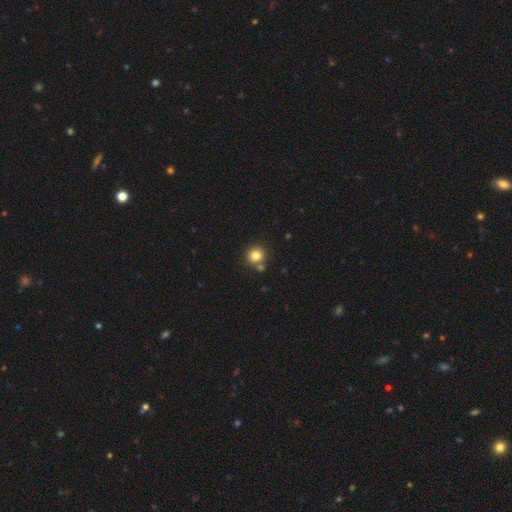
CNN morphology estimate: The model was most divided on "merging": none: 72%, merger: 16%, minor disturbance: 9%, major disturbance: 3%. More confident: how rounded — round (92%); smooth or featured — smooth (82%).